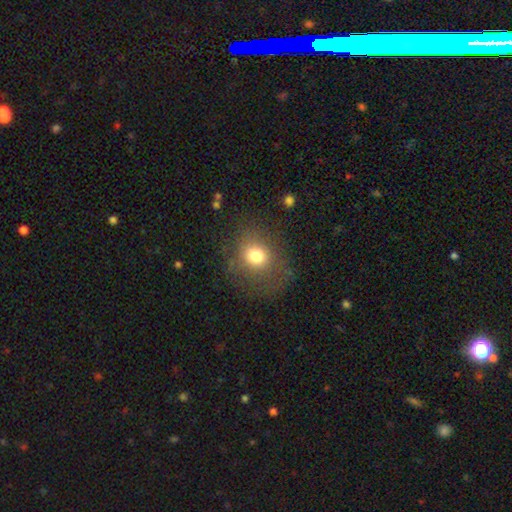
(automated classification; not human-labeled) Smooth or featured?
  - smooth: 76% *
  - star or artifact: 13%
  - featured or disk: 11%
How rounded?
  - round: 76% *
  - in between: 23%
  - cigar-shaped: 1%
Merging?
  - none: 70% *
  - minor disturbance: 16%
  - major disturbance: 12%
  - merger: 2%